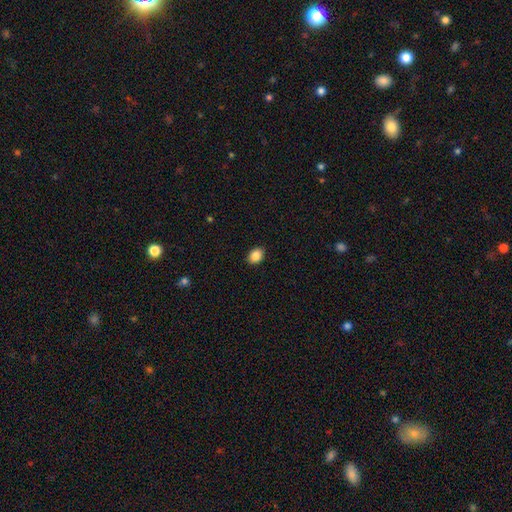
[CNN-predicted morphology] Smooth or featured?
  - smooth: 87% *
  - star or artifact: 9%
  - featured or disk: 5%
How rounded?
  - in between: 67% *
  - round: 32%
  - cigar-shaped: 1%
Merging?
  - none: 90% *
  - minor disturbance: 7%
  - major disturbance: 2%
  - merger: 1%